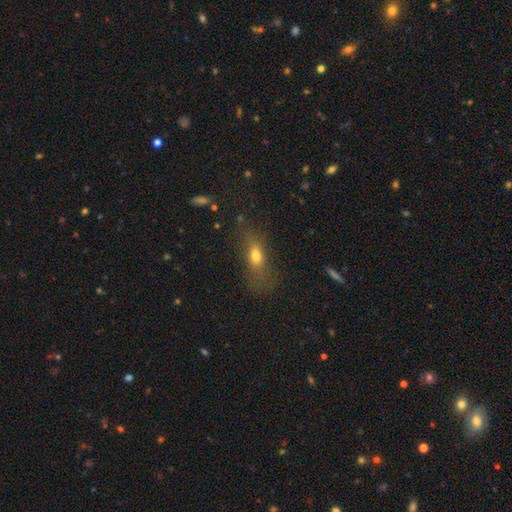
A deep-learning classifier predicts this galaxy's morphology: Q: Smooth or featured?
A: smooth (65%); runner-up: featured or disk (20%)
Q: How rounded?
A: in between (61%); runner-up: cigar-shaped (29%)
Q: Merging?
A: none (60%); runner-up: minor disturbance (21%)